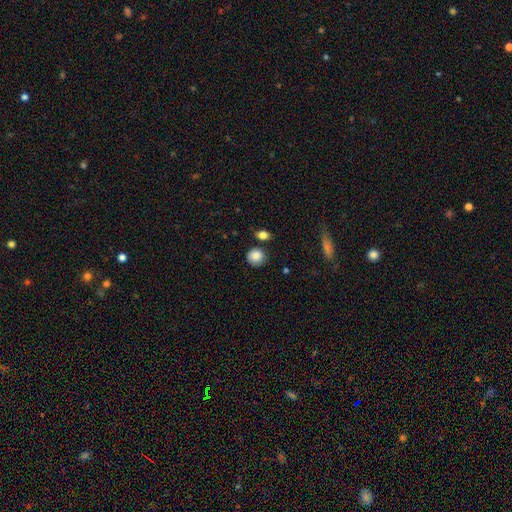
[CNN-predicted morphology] Q: Smooth or featured?
A: smooth (86%); runner-up: star or artifact (8%)
Q: How rounded?
A: round (87%); runner-up: in between (11%)
Q: Merging?
A: none (80%); runner-up: minor disturbance (12%)